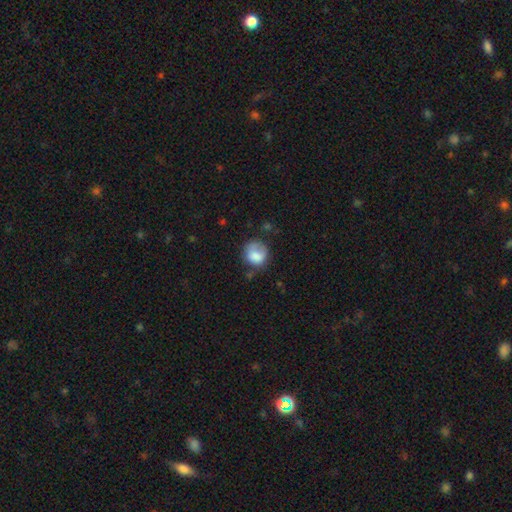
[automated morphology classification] smooth-or-featured: smooth: 78% | featured or disk: 13% | star or artifact: 9%
  how-rounded: round: 74% | in between: 25% | cigar-shaped: 1%
  merging: none: 50% | minor disturbance: 29% | major disturbance: 16% | merger: 5%